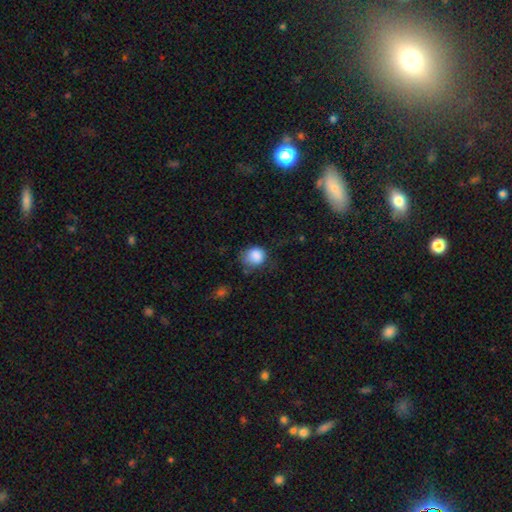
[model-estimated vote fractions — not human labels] Q: Smooth or featured?
A: smooth (86%); runner-up: star or artifact (9%)
Q: How rounded?
A: round (78%); runner-up: in between (21%)
Q: Merging?
A: none (52%); runner-up: minor disturbance (32%)